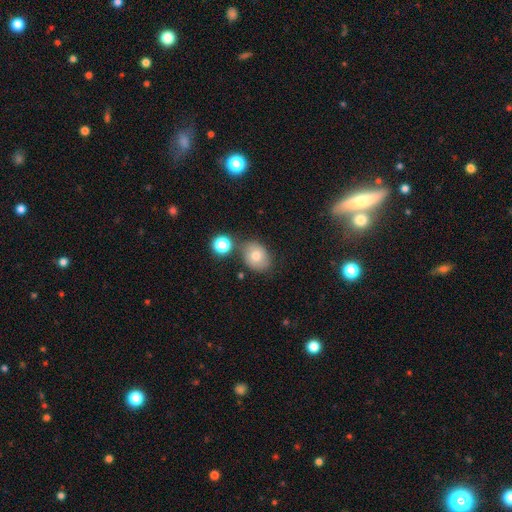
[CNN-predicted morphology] The model was most divided on "how rounded": in between: 52%, round: 47%, cigar-shaped: 1%. More confident: smooth or featured — smooth (72%); merging — none (67%).